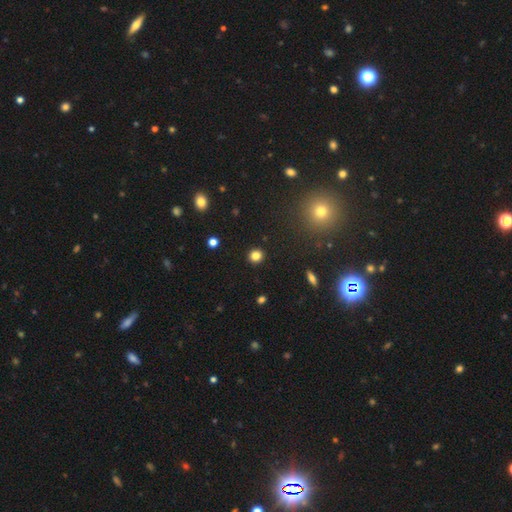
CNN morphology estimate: Smooth or featured?
  - smooth: 82% *
  - star or artifact: 13%
  - featured or disk: 5%
How rounded?
  - round: 88% *
  - in between: 11%
  - cigar-shaped: 1%
Merging?
  - none: 91% *
  - minor disturbance: 6%
  - major disturbance: 2%
  - merger: 1%